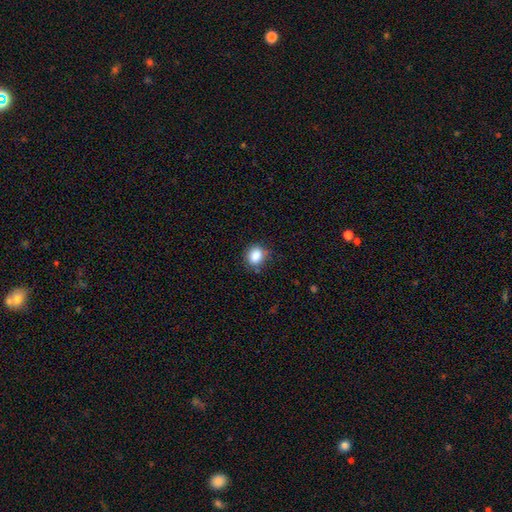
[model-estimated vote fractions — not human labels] This appears to be a smooth galaxy with no disk features (86%) that is round (62%). Merging: none (77%).